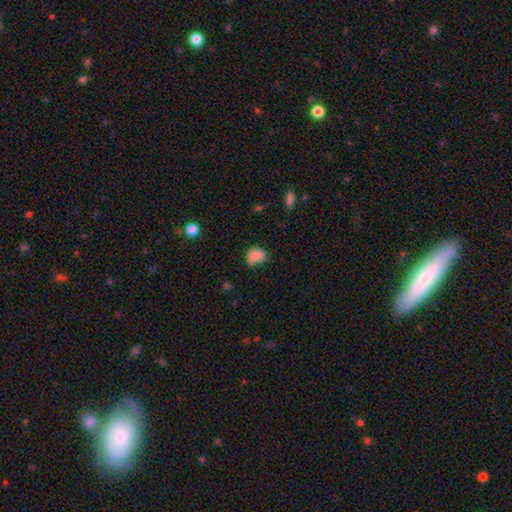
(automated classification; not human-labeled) Smooth or featured: smooth — 82% (star or artifact — 10%)
How rounded: in between — 58% (round — 41%)
Merging: none — 49% (minor disturbance — 37%)